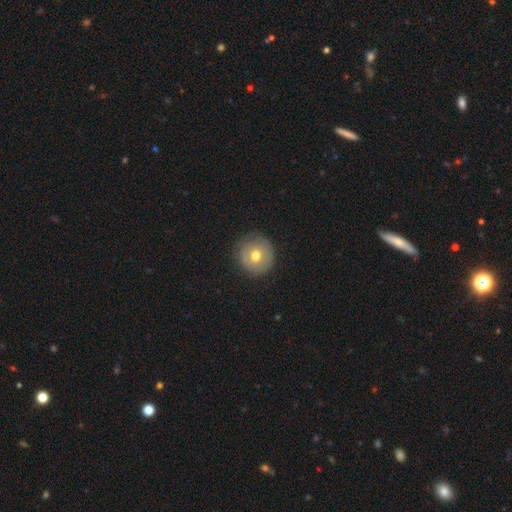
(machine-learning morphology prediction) This appears to be a smooth galaxy with no disk features (60%) that is round (92%). Merging: none (79%).